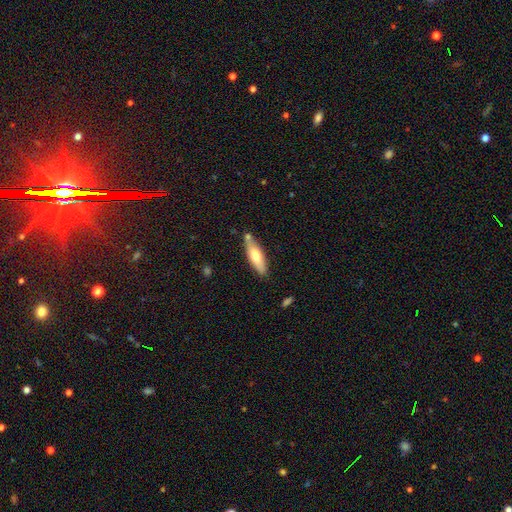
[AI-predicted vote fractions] A smooth galaxy with no disk features (64%) that is cigar-shaped (55%). Merging: none (75%).